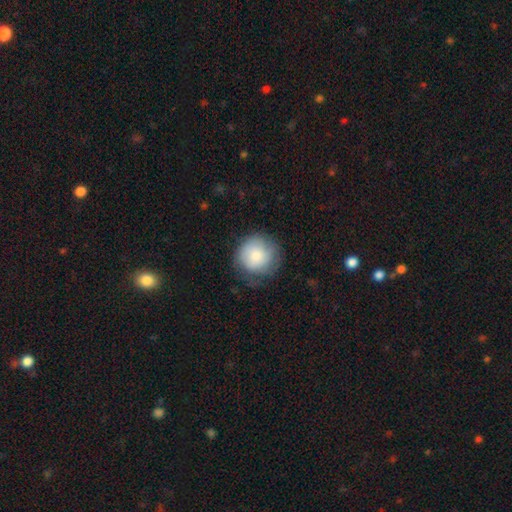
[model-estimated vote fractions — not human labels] Morphology: type=smooth (78%); roundness=round (92%); merging=none (66%).